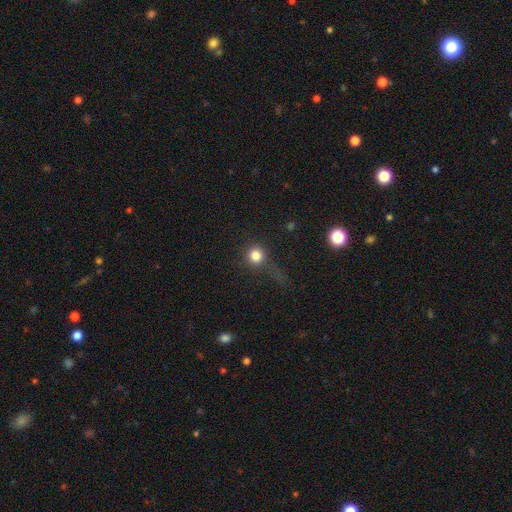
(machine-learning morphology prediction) type=smooth (79%); roundness=round (92%); merging=none (64%).